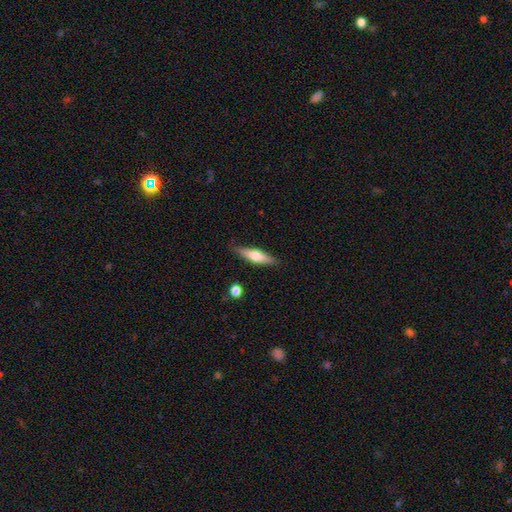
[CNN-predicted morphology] smooth 49%, featured or disk 45%, star or artifact 6%. Down the decision tree: merging — none (84%).